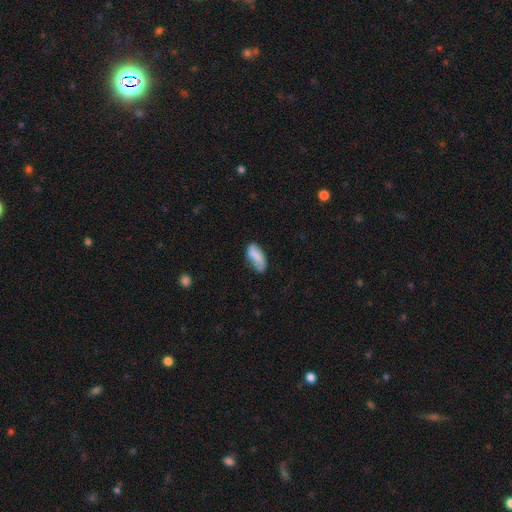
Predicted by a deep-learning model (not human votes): smooth_or_featured: smooth (p=0.76) [alt: featured or disk p=0.17]
how_rounded: in between (p=0.86) [alt: cigar-shaped p=0.12]
merging: none (p=0.54) [alt: minor disturbance p=0.33]